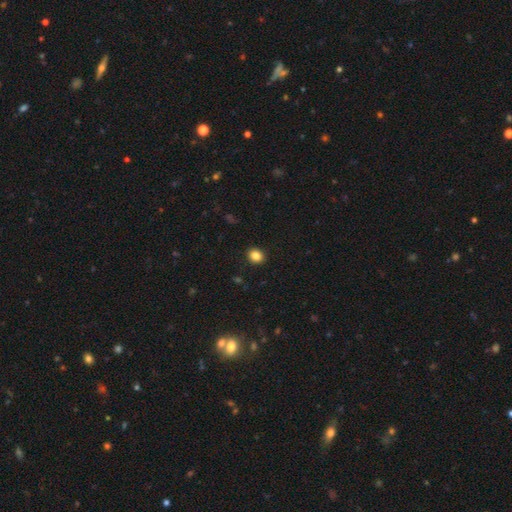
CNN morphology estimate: Overall: smooth (85%). How rounded: round (66%; in between 33%). Merging: none (91%).